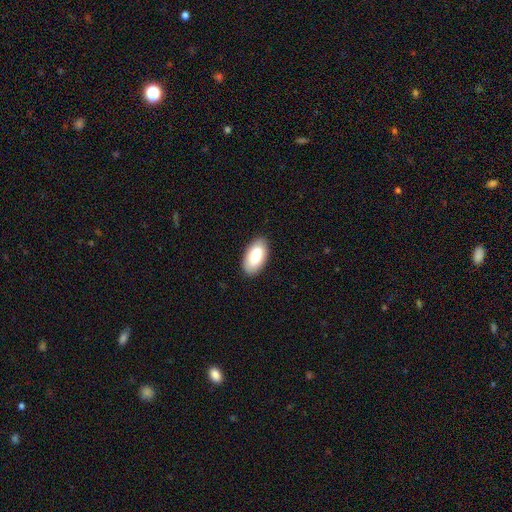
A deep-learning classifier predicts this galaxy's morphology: A smooth galaxy with no disk features (85%) that is in between round and cigar-shaped (95%). Merging: none (87%).